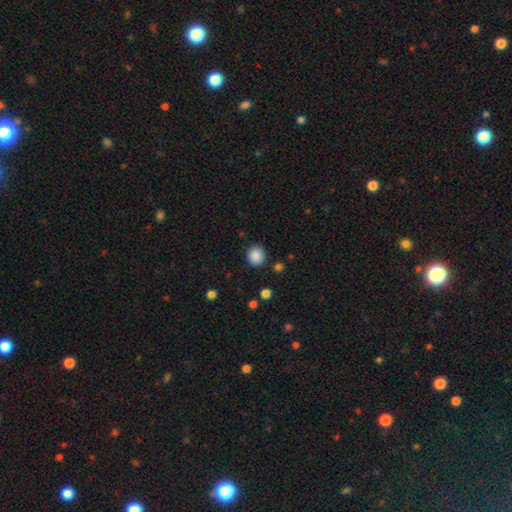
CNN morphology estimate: smooth_or_featured: smooth (p=0.87) [alt: star or artifact p=0.09]
how_rounded: round (p=0.84) [alt: in between p=0.15]
merging: none (p=0.88) [alt: minor disturbance p=0.08]